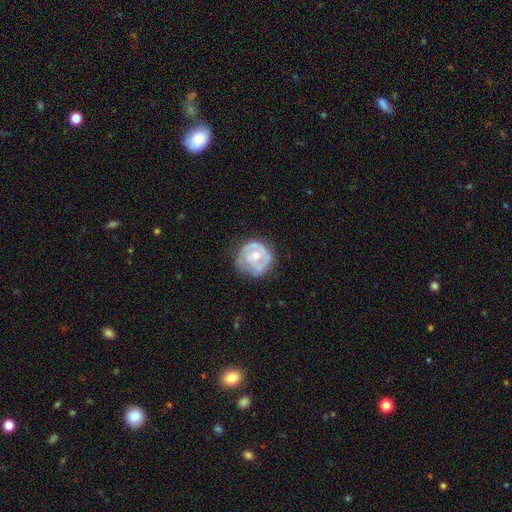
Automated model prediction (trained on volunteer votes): smooth-or-featured: featured or disk: 59% | smooth: 35% | star or artifact: 6%
  disk-edge-on: no: 97% | yes: 3%
    bar: no: 81% | weak: 16% | strong: 3%
    has-spiral-arms: no: 52% | yes: 48%
    bulge-size: moderate: 62% | small: 33% | large: 3% | none: 1% | dominant: 1%
  merging: none: 57% | minor disturbance: 29% | major disturbance: 12% | merger: 2%